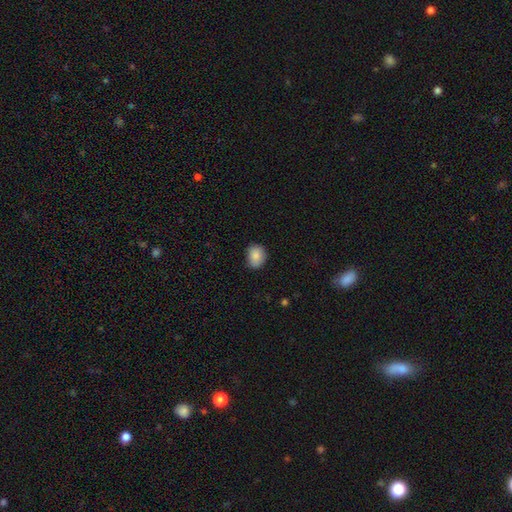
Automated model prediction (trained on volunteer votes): This is clearly a smooth galaxy (86%). How rounded: possibly round (51%). Merging: likely none (78%).